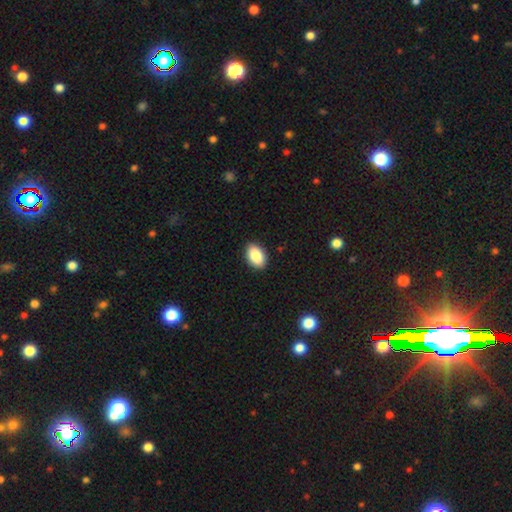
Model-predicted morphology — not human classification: Smooth or featured: smooth — 87% (star or artifact — 7%)
How rounded: in between — 90% (round — 8%)
Merging: none — 90% (minor disturbance — 7%)